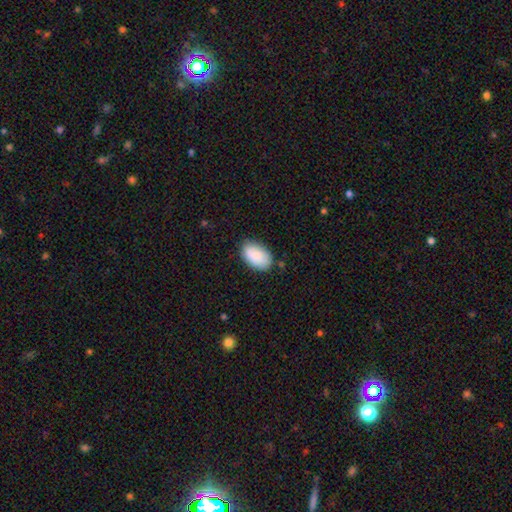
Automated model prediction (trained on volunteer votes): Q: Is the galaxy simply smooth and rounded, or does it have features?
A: smooth — 84%.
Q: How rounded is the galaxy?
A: in between — 92%.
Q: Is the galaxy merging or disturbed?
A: none — 78%.